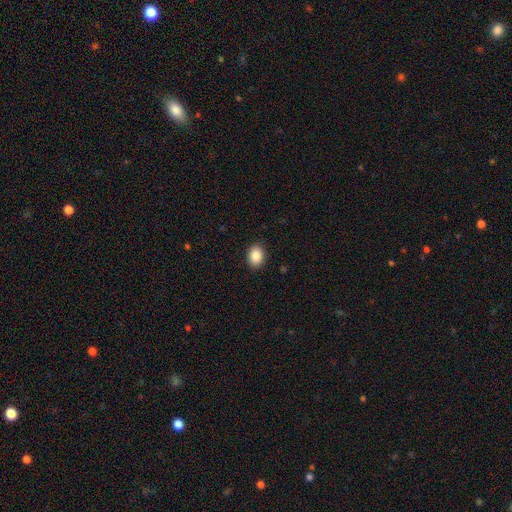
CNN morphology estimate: Overall: smooth (87%). How rounded: in between (66%; round 33%). Merging: none (89%).